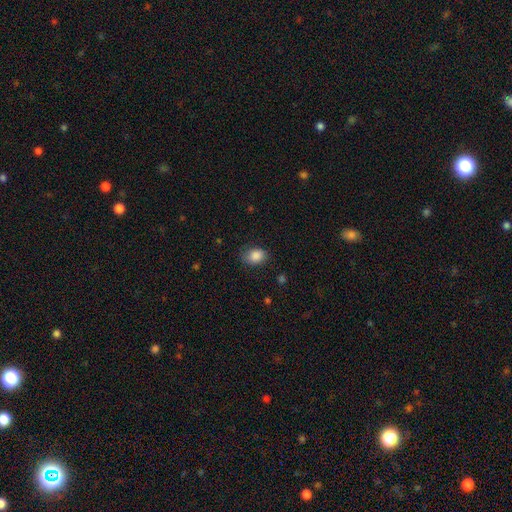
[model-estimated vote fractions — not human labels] Smooth or featured? Predicted: smooth (p=0.87). How rounded? Predicted: in between (p=0.71). Merging? Predicted: none (p=0.75).